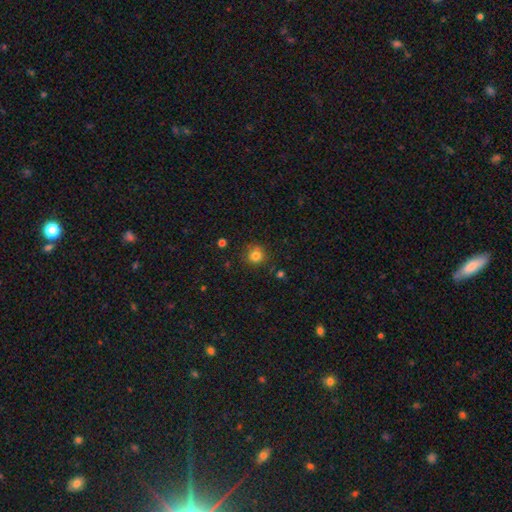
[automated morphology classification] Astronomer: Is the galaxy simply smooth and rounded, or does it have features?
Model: smooth — 82%.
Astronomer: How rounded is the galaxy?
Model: round — 91%.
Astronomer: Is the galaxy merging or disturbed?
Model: none — 82%.